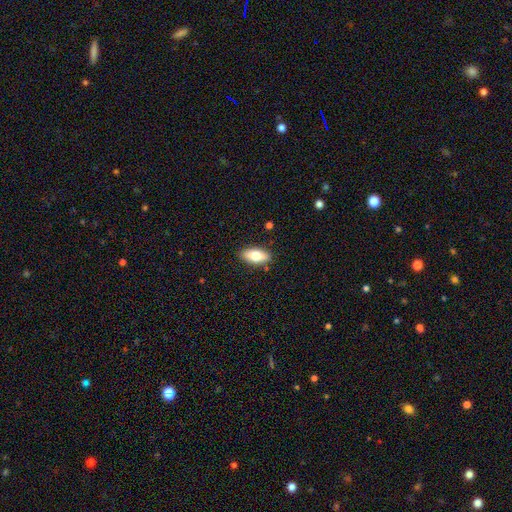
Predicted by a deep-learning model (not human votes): Smooth or featured? smooth (75%)
How rounded? in between (87%)
Merging? none (87%)